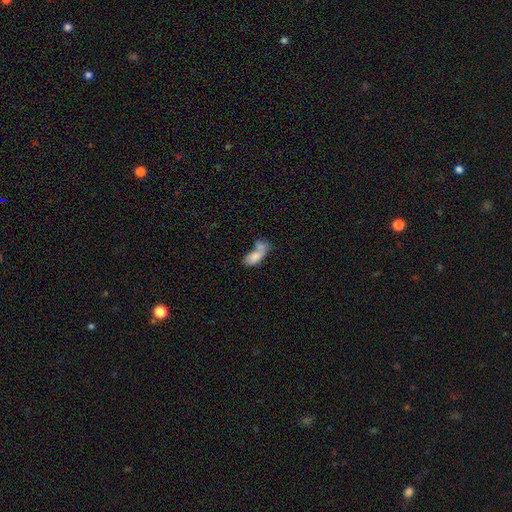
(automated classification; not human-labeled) A smooth galaxy with no disk features (75%) that is in between round and cigar-shaped (85%).

Vote fractions:
- Smooth or featured? smooth: 75% / featured or disk: 17% / star or artifact: 8%
- How rounded? in between: 85% / cigar-shaped: 10% / round: 5%
- Merging? merger: 62% / none: 19% / minor disturbance: 11% / major disturbance: 8%